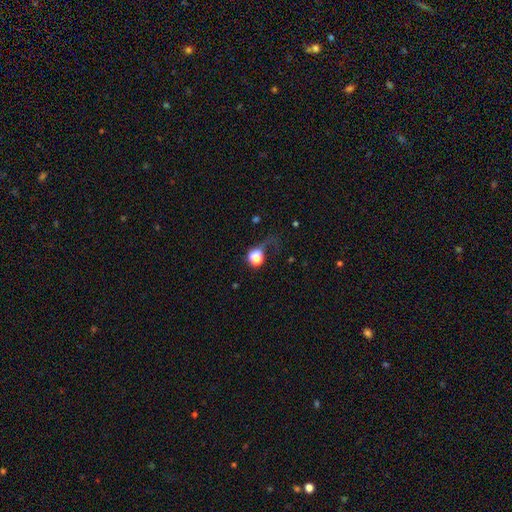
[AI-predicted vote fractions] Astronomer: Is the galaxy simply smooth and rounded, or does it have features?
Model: smooth — 74%.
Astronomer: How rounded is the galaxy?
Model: round — 71%.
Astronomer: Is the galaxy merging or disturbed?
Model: major disturbance — 52%.